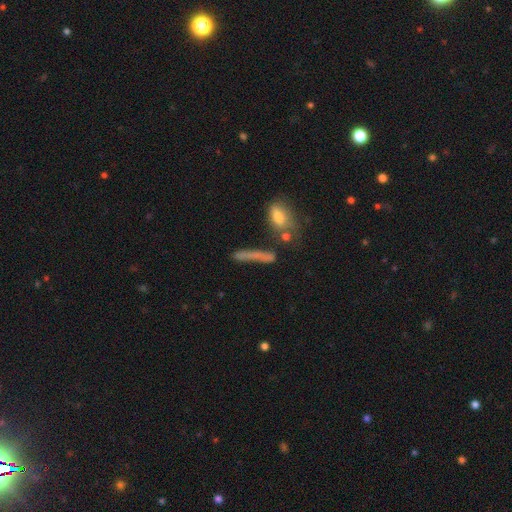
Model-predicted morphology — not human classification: smooth-or-featured: smooth: 56% | featured or disk: 28% | star or artifact: 16%
  how-rounded: cigar-shaped: 83% | in between: 11% | round: 5%
  merging: none: 58% | minor disturbance: 18% | merger: 13% | major disturbance: 10%